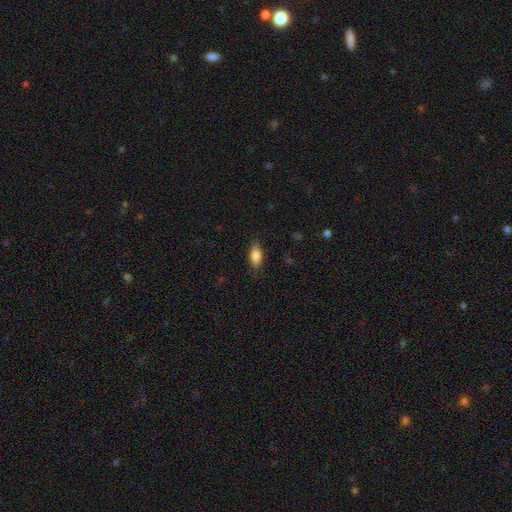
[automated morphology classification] This appears to be a smooth galaxy with no disk features (82%) that is in between round and cigar-shaped (81%). Merging: none (83%).